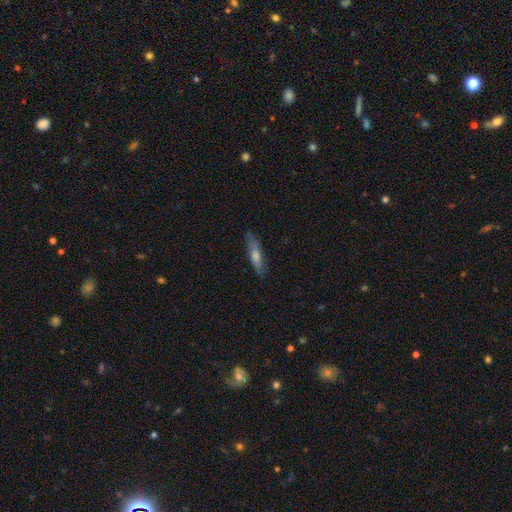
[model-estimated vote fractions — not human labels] smooth-or-featured: smooth: 54% | featured or disk: 39% | star or artifact: 7%
  how-rounded: cigar-shaped: 78% | in between: 20% | round: 2%
  merging: none: 81% | minor disturbance: 14% | major disturbance: 3% | merger: 1%